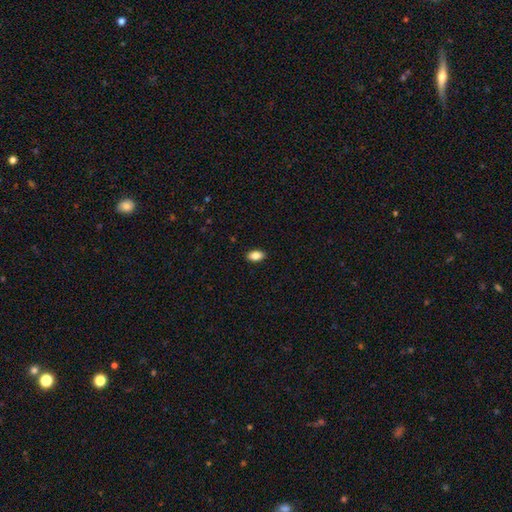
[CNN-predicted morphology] type=smooth (84%); roundness=in between (91%); merging=none (90%).